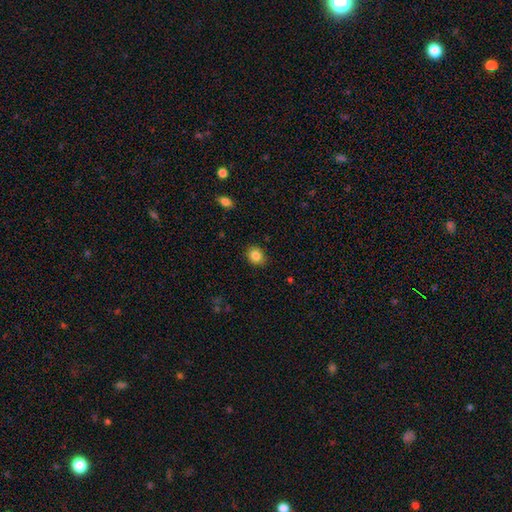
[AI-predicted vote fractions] smooth-or-featured: smooth: 84% | star or artifact: 10% | featured or disk: 5%
  how-rounded: round: 68% | in between: 31% | cigar-shaped: 1%
  merging: none: 88% | minor disturbance: 9% | major disturbance: 2% | merger: 1%